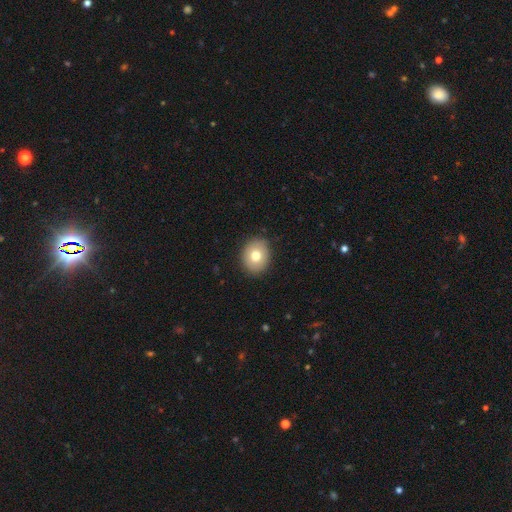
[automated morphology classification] Smooth or featured?
  - smooth: 76% *
  - featured or disk: 16%
  - star or artifact: 9%
How rounded?
  - round: 59% *
  - in between: 40%
  - cigar-shaped: 1%
Merging?
  - none: 88% *
  - minor disturbance: 9%
  - major disturbance: 2%
  - merger: 1%